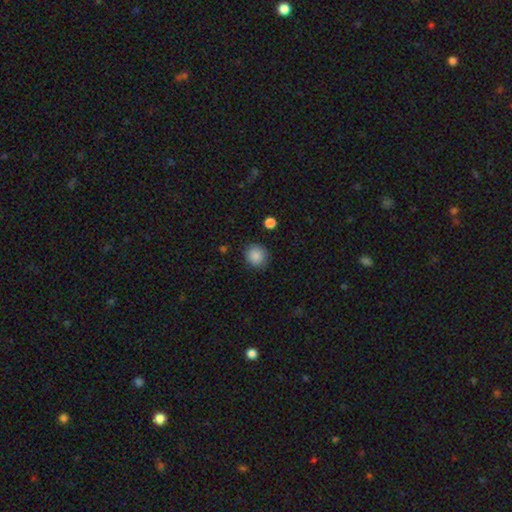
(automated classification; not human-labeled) Smooth or featured: smooth — 87% (star or artifact — 9%)
How rounded: round — 90% (in between — 9%)
Merging: none — 87% (minor disturbance — 9%)